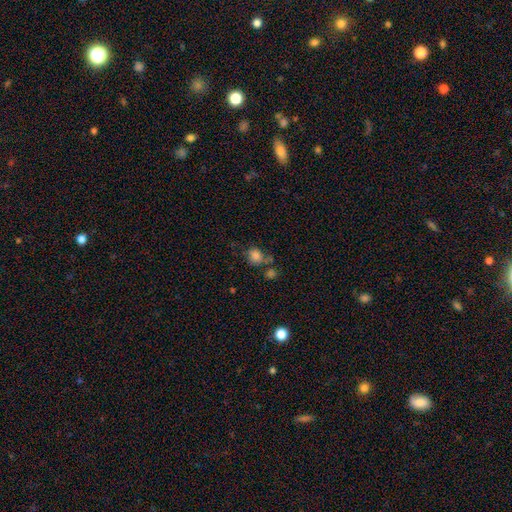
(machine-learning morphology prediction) A smooth galaxy with no disk features (80%) that is round (66%). Merging: none (51%).